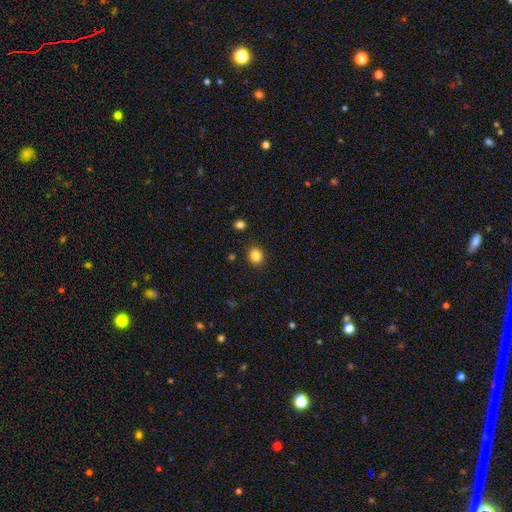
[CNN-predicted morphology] Smooth or featured? Predicted: smooth (p=0.85). How rounded? Predicted: round (p=0.69). Merging? Predicted: none (p=0.89).